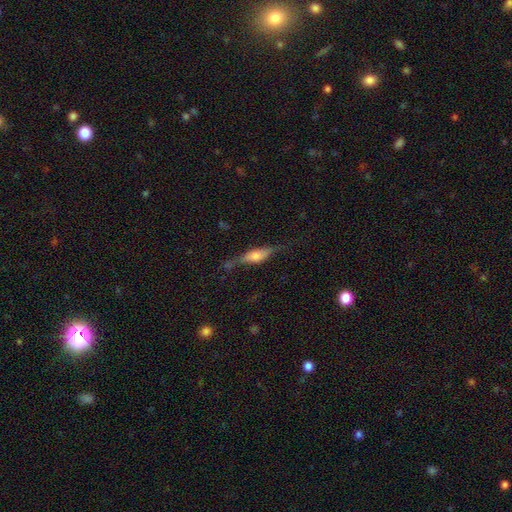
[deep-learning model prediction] Overall: featured or disk (61%; smooth 31%). Edge-on disk: yes (91%). Edge-on bulge: rounded (75%). Merging: none (68%).